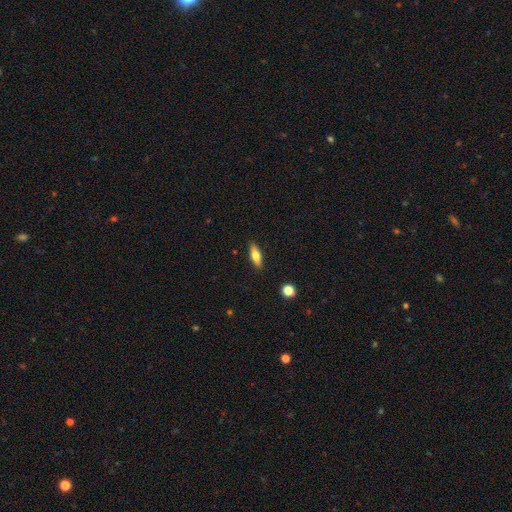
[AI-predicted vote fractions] A smooth galaxy with no disk features (64%) that is in between round and cigar-shaped (57%).

Vote fractions:
- Smooth or featured? smooth: 64% / featured or disk: 29% / star or artifact: 7%
- How rounded? in between: 57% / cigar-shaped: 40% / round: 3%
- Merging? none: 89% / minor disturbance: 8% / major disturbance: 2% / merger: 1%